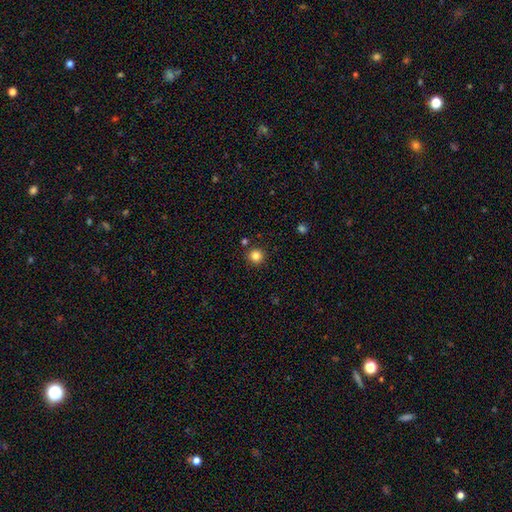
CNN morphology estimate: This appears to be a smooth galaxy with no disk features (83%) that is round (95%). Merging: none (89%).